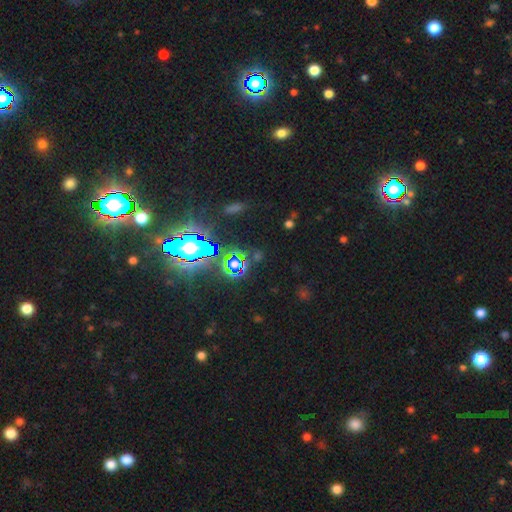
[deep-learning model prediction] smooth_or_featured: star or artifact (p=0.75) [alt: smooth p=0.16]